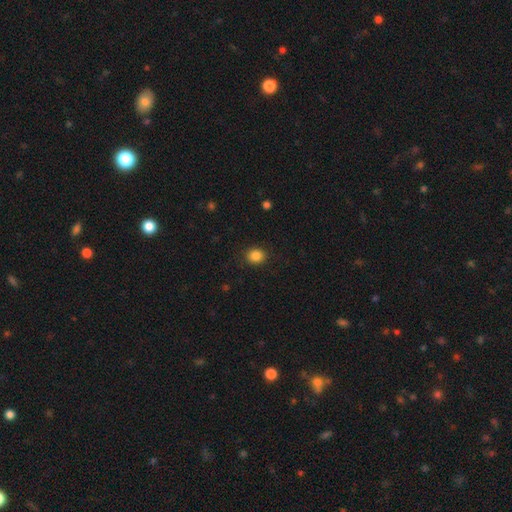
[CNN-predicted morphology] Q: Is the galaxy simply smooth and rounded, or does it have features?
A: smooth — 86%.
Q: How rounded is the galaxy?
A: round — 72%.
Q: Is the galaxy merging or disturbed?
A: none — 89%.